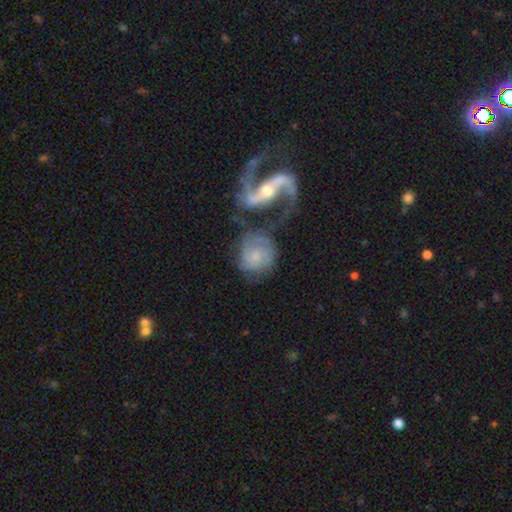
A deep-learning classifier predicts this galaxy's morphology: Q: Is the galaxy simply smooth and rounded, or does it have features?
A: featured or disk — 76%.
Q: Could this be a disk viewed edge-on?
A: no — 97%.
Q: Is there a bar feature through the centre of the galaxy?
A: no — 56%.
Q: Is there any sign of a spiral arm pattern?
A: yes — 94%.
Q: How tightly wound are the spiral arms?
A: medium — 46%.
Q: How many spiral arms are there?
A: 2 — 69%.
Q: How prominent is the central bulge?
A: small — 50%.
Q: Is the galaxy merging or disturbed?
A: none — 40%.